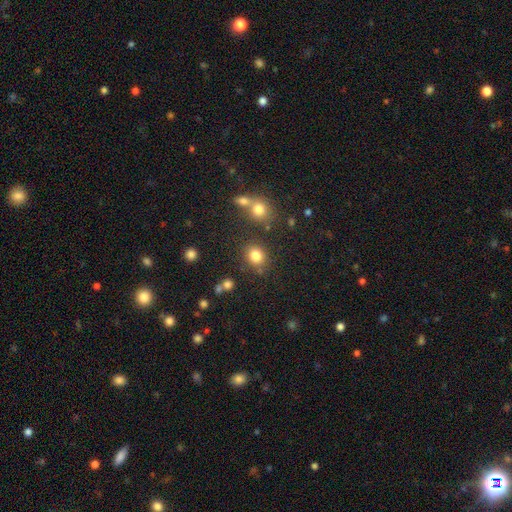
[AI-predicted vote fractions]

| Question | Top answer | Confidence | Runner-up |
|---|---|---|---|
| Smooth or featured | smooth | 81% | star or artifact (13%) |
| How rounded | round | 77% | in between (22%) |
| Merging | none | 77% | minor disturbance (10%) |